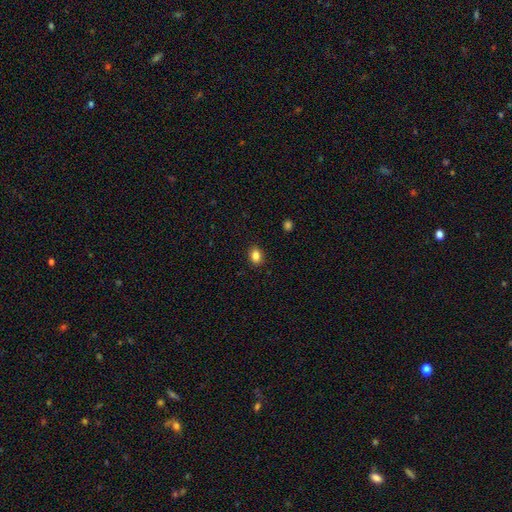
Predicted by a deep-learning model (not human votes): Smooth or featured? smooth (85%)
How rounded? in between (71%)
Merging? none (89%)